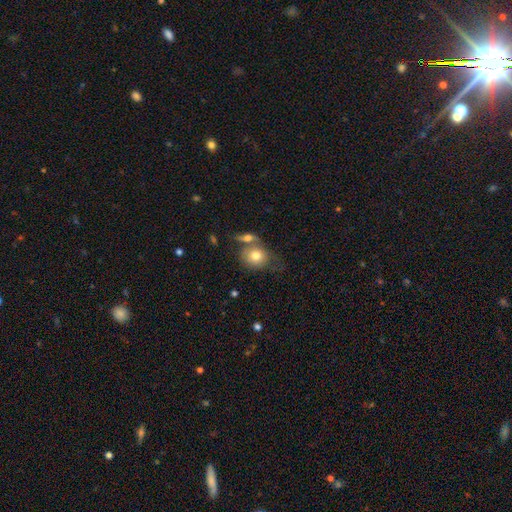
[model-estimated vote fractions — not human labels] This is likely a smooth galaxy (76%). How rounded: likely round (63%). Merging: marginally none (38%, tied with merger).